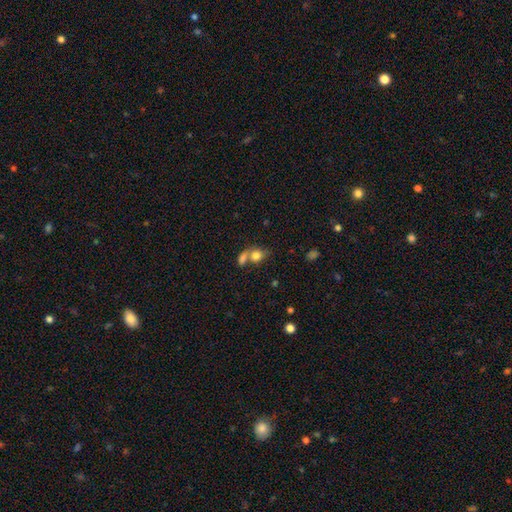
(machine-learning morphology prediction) type=smooth (78%); roundness=in between (54%); merging=merger (52%).